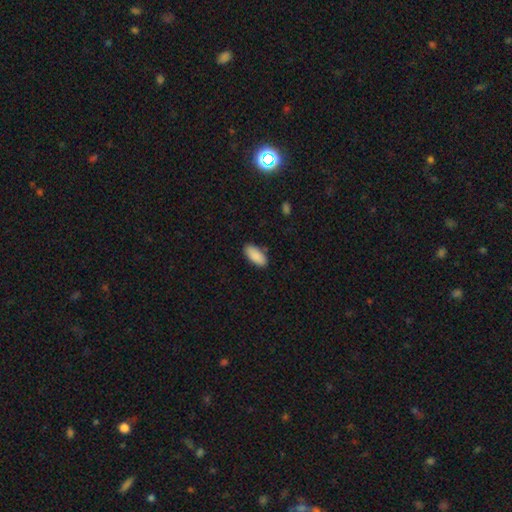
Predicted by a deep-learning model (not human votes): Smooth or featured? smooth (90%)
How rounded? in between (88%)
Merging? none (86%)